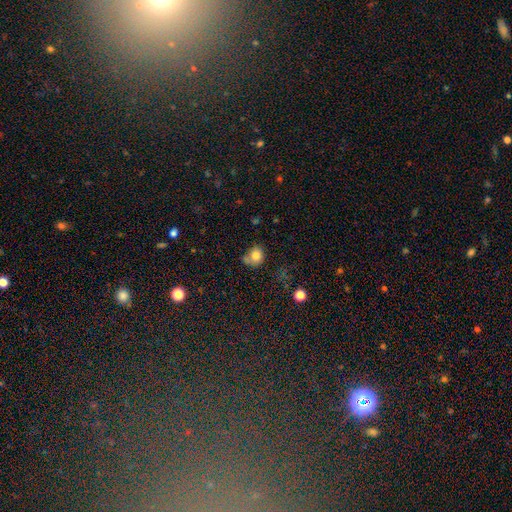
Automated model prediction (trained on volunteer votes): Morphology: type=smooth (78%); roundness=round (59%); merging=none (42%).